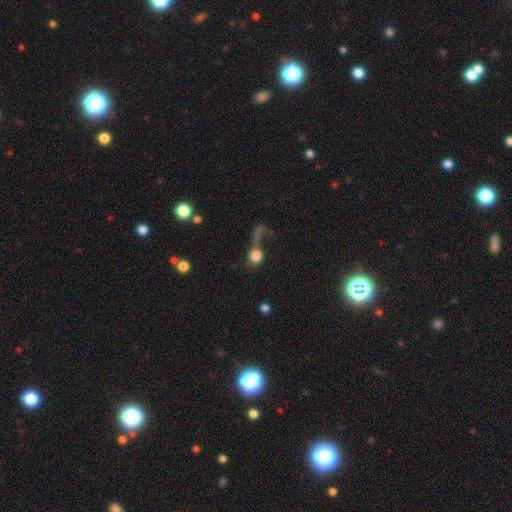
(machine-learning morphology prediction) This is likely a smooth galaxy (71%). How rounded: likely round (73%). Merging: possibly major disturbance (46%).